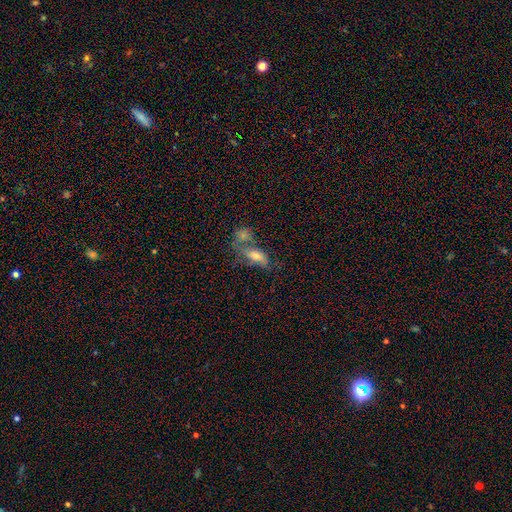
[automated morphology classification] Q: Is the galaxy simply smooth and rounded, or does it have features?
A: smooth — 59%.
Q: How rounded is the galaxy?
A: in between — 77%.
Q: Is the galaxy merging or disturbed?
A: merger — 43%.